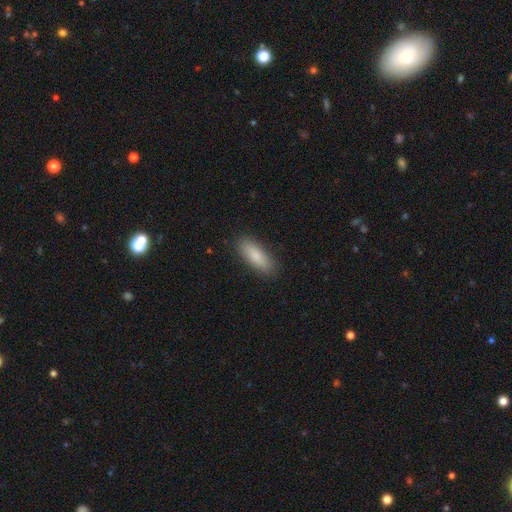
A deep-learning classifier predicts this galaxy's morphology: smooth-or-featured: smooth: 84% | featured or disk: 10% | star or artifact: 6%
  how-rounded: in between: 63% | cigar-shaped: 35% | round: 2%
  merging: none: 87% | minor disturbance: 9% | major disturbance: 2% | merger: 1%